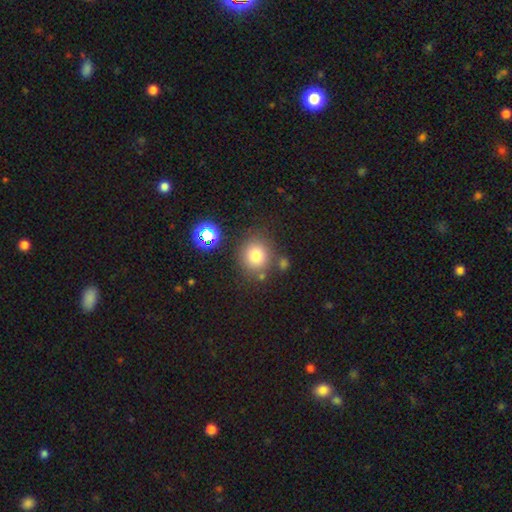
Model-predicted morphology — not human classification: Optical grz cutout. It shows a smooth galaxy with no disk features (78%) that is round (86%). Merging: none (77%).